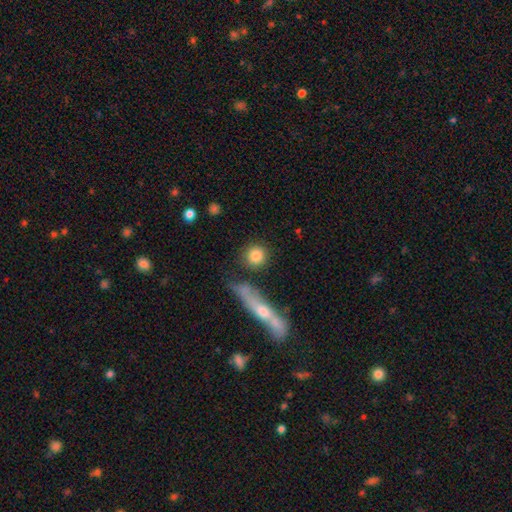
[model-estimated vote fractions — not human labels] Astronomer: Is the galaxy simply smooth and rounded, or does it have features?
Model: smooth — 82%.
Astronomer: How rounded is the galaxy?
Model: round — 85%.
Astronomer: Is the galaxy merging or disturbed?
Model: none — 76%.